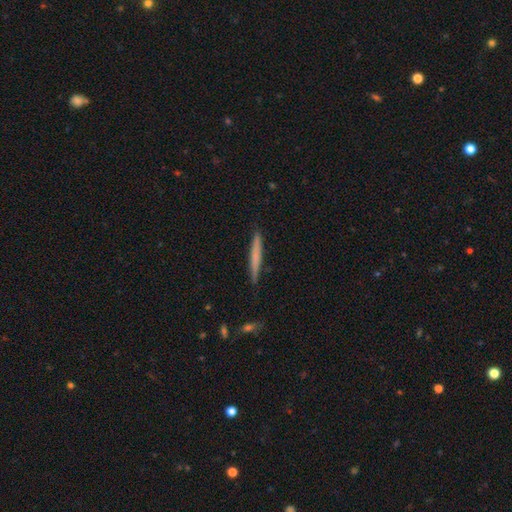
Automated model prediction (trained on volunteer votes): This appears to be a smooth galaxy with no disk features (59%) that is cigar-shaped (96%). Merging: none (88%).